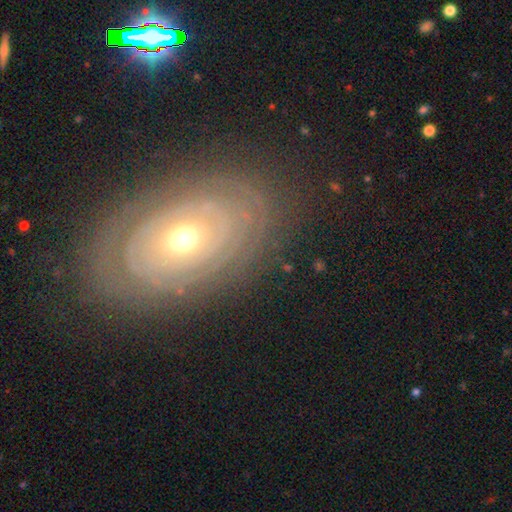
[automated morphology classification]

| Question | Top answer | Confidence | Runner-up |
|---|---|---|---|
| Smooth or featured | featured or disk | 78% | smooth (14%) |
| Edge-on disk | no | 94% | yes (6%) |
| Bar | no | 84% | weak (11%) |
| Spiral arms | yes | 74% | no (26%) |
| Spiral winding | tight | 86% | medium (10%) |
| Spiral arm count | can't tell | 51% | 2 (18%) |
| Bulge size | moderate | 59% | small (35%) |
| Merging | none | 83% | minor disturbance (11%) |